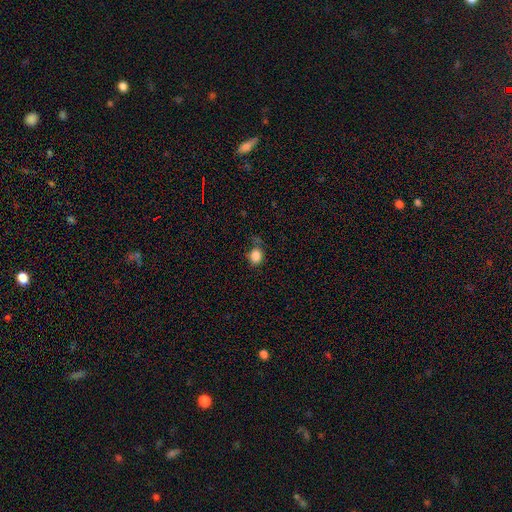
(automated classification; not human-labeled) smooth_or_featured: smooth (p=0.85) [alt: star or artifact p=0.11]
how_rounded: round (p=0.69) [alt: in between p=0.30]
merging: none (p=0.65) [alt: minor disturbance p=0.23]